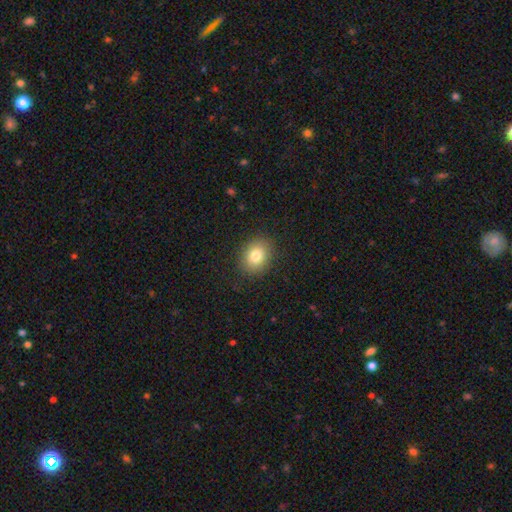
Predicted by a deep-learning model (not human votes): smooth_or_featured: smooth (p=0.81) [alt: star or artifact p=0.10]
how_rounded: round (p=0.54) [alt: in between p=0.45]
merging: none (p=0.88) [alt: minor disturbance p=0.08]